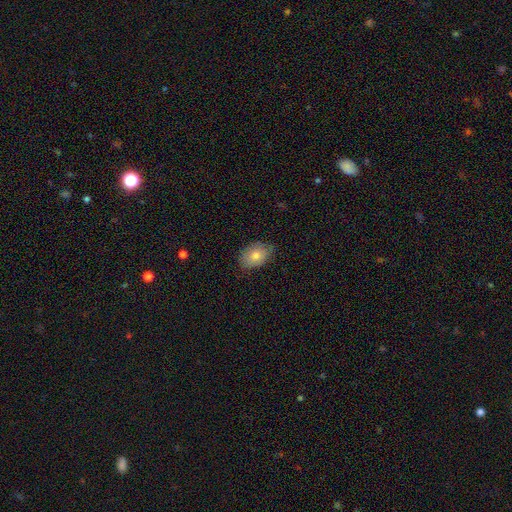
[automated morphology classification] smooth-or-featured: smooth: 76% | featured or disk: 16% | star or artifact: 8%
  how-rounded: in between: 81% | round: 18% | cigar-shaped: 1%
  merging: none: 77% | minor disturbance: 19% | major disturbance: 3% | merger: 1%